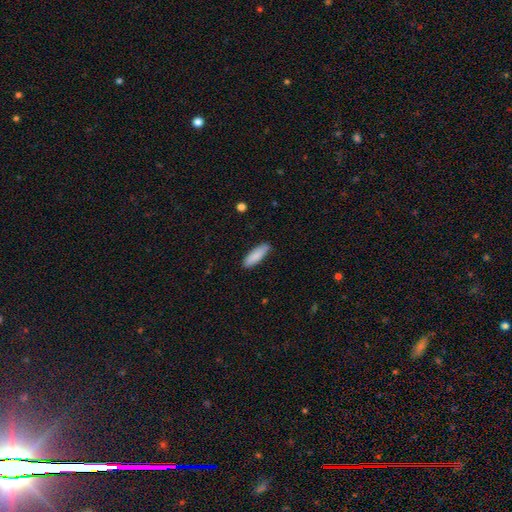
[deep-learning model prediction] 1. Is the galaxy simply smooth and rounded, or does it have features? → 88% smooth, 6% star or artifact, 6% featured or disk.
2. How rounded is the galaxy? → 51% cigar-shaped, 48% in between, 1% round.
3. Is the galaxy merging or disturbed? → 87% none, 10% minor disturbance, 2% major disturbance, 1% merger.